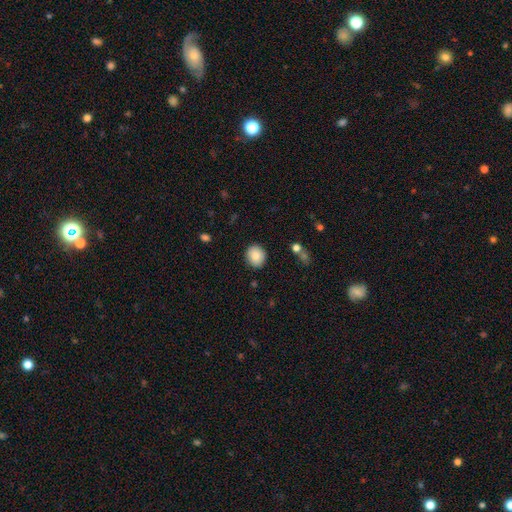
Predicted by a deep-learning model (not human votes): Overall: smooth (86%). How rounded: round (73%). Merging: none (88%).